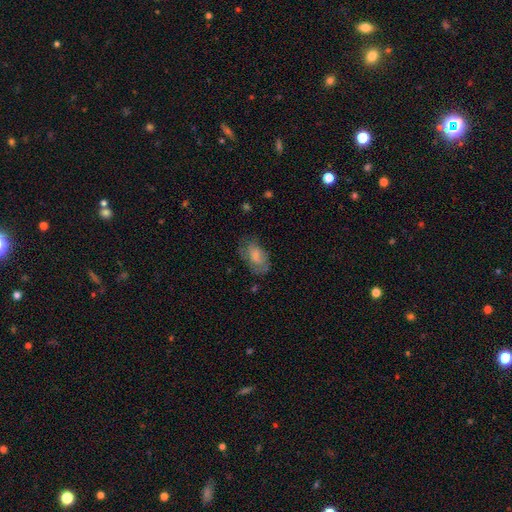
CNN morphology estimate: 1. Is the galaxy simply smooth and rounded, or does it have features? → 69% smooth, 23% featured or disk, 8% star or artifact.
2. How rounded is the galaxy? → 90% in between, 8% round, 2% cigar-shaped.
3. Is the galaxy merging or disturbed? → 56% none, 27% minor disturbance, 15% major disturbance, 2% merger.